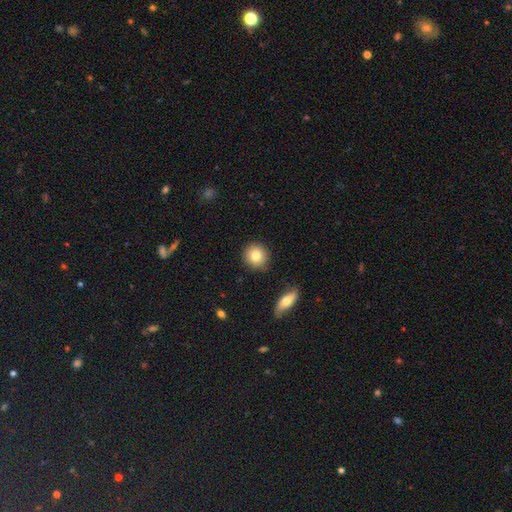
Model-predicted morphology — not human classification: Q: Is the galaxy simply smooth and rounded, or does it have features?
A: smooth — 81%.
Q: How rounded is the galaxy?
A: round — 91%.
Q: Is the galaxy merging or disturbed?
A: none — 88%.